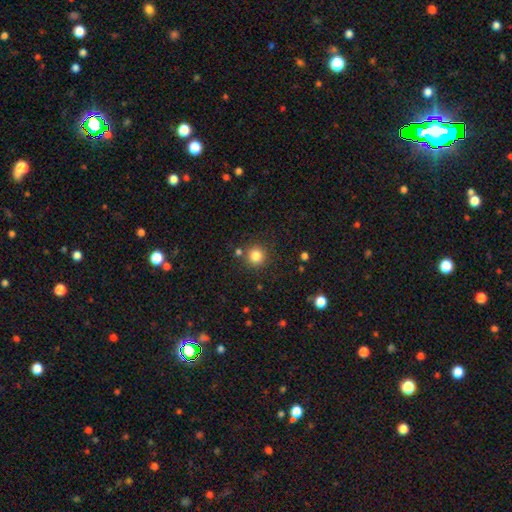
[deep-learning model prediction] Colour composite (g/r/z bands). It shows a smooth galaxy with no disk features (83%) that is round (94%). Merging: none (84%).